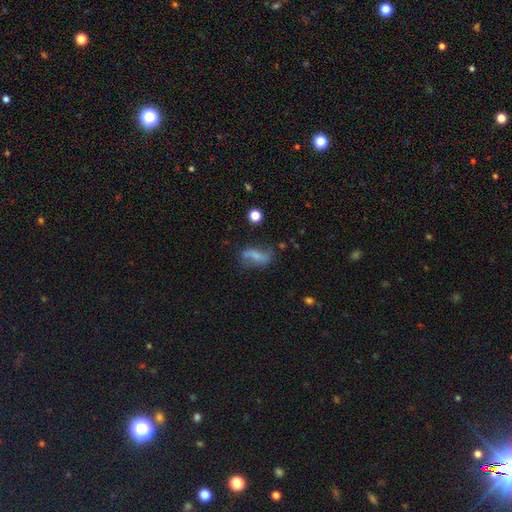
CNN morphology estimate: smooth-or-featured: smooth: 47% | featured or disk: 41% | star or artifact: 12%
  merging: none: 54% | minor disturbance: 26% | major disturbance: 14% | merger: 6%